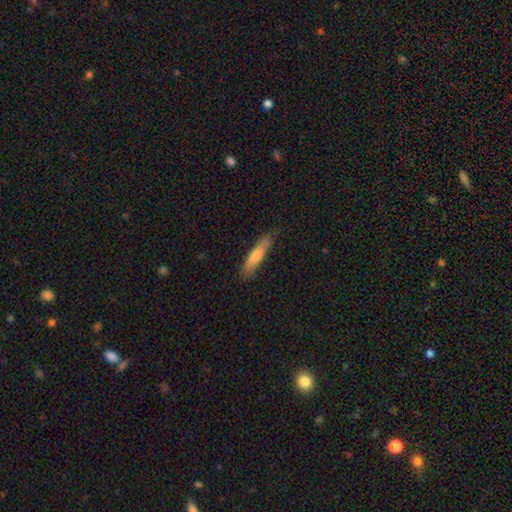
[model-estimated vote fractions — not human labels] Overall: smooth (70%). How rounded: cigar-shaped (82%). Merging: none (80%).